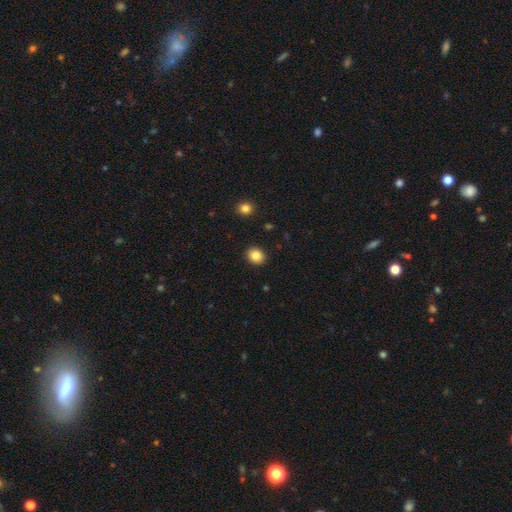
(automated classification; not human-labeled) Smooth or featured? smooth (87%)
How rounded? round (72%)
Merging? none (91%)